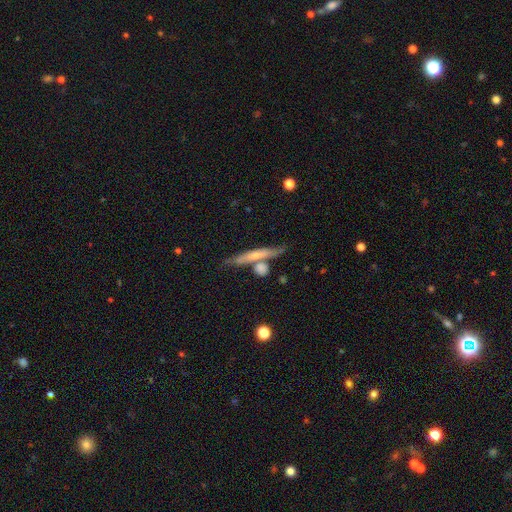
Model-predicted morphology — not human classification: Smooth or featured: featured or disk — 47% (smooth — 46%)
Merging: none — 63% (merger — 19%)